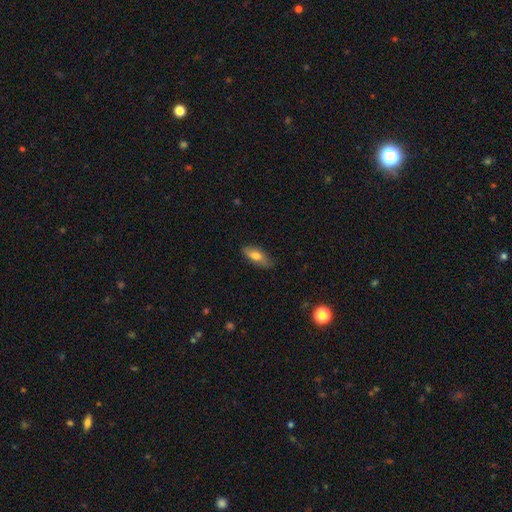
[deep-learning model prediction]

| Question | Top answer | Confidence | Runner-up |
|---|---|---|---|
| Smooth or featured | smooth | 73% | featured or disk (20%) |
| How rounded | in between | 76% | cigar-shaped (22%) |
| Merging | none | 80% | minor disturbance (16%) |